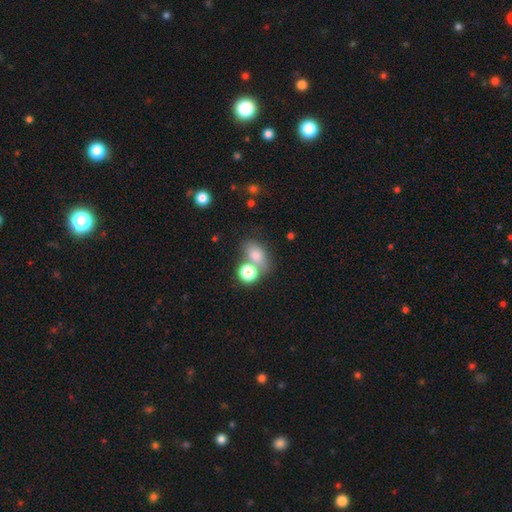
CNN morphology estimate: This is likely a smooth galaxy (77%). How rounded: likely in between (72%). Merging: possibly none (46%).